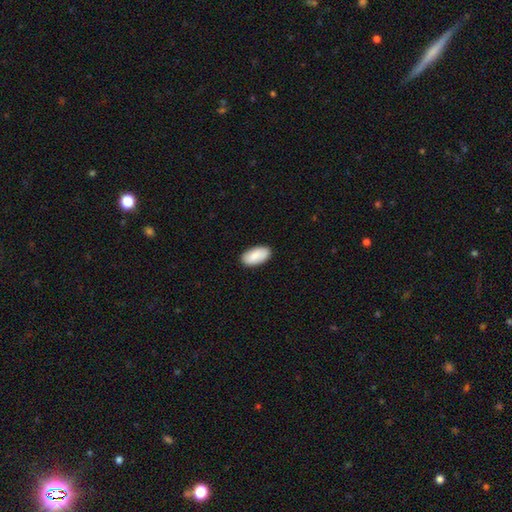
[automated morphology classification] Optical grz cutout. It shows a smooth galaxy with no disk features (86%) that is in between round and cigar-shaped (95%). Merging: none (89%).